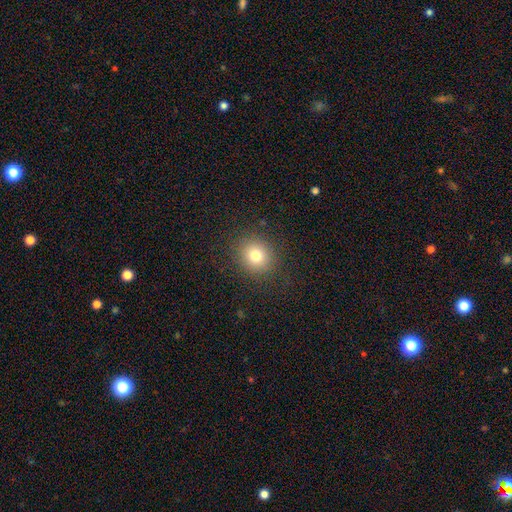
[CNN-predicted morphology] smooth-or-featured: smooth: 78% | star or artifact: 13% | featured or disk: 9%
  how-rounded: round: 83% | in between: 16% | cigar-shaped: 1%
  merging: none: 88% | minor disturbance: 7% | major disturbance: 3% | merger: 1%